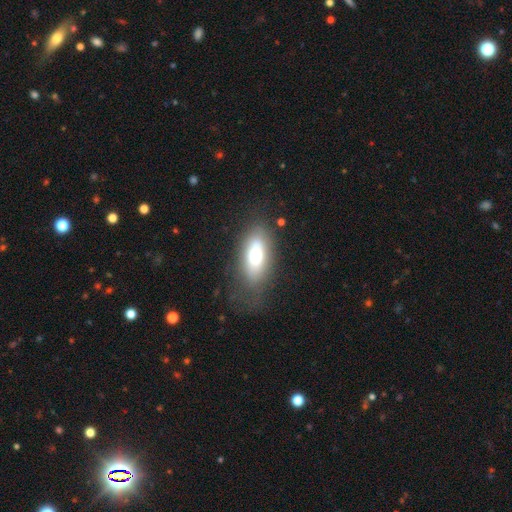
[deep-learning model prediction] A smooth galaxy with no disk features (63%) that is in between round and cigar-shaped (85%).

Vote fractions:
- Smooth or featured? smooth: 63% / featured or disk: 27% / star or artifact: 10%
- How rounded? in between: 85% / round: 8% / cigar-shaped: 7%
- Merging? none: 67% / minor disturbance: 19% / major disturbance: 12% / merger: 2%